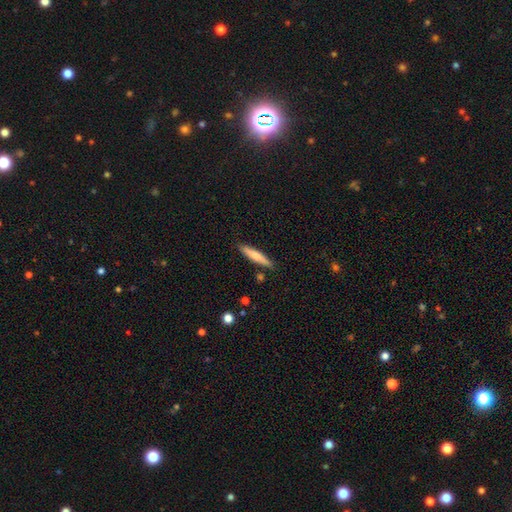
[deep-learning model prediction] Smooth or featured: smooth — 64% (featured or disk — 30%)
How rounded: cigar-shaped — 88% (in between — 11%)
Merging: none — 86% (minor disturbance — 10%)